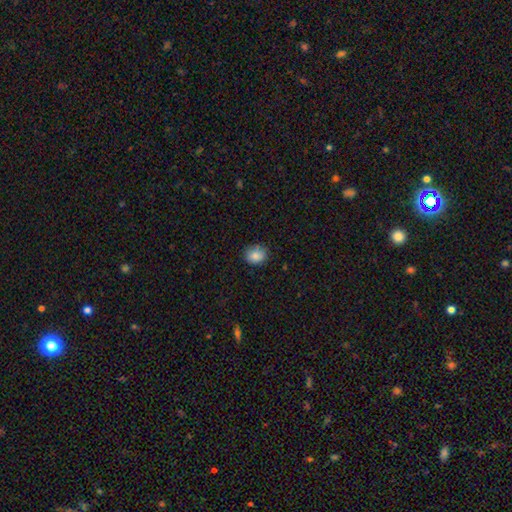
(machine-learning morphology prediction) Q: Smooth or featured?
A: smooth (85%); runner-up: star or artifact (9%)
Q: How rounded?
A: round (57%); runner-up: in between (42%)
Q: Merging?
A: none (81%); runner-up: minor disturbance (15%)